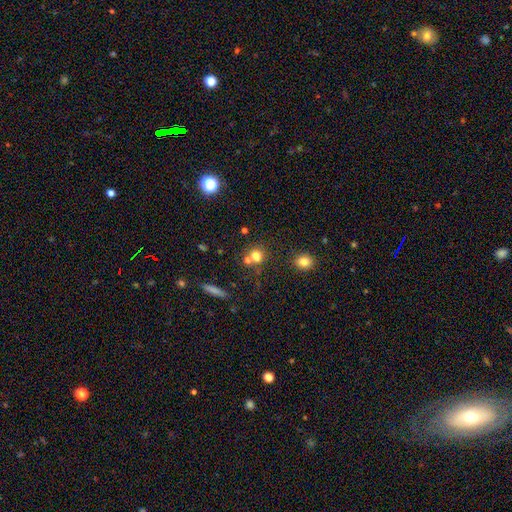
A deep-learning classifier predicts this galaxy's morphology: The model was most divided on "merging": none: 51%, merger: 36%, minor disturbance: 9%, major disturbance: 4%. More confident: how rounded — round (79%); smooth or featured — smooth (71%).